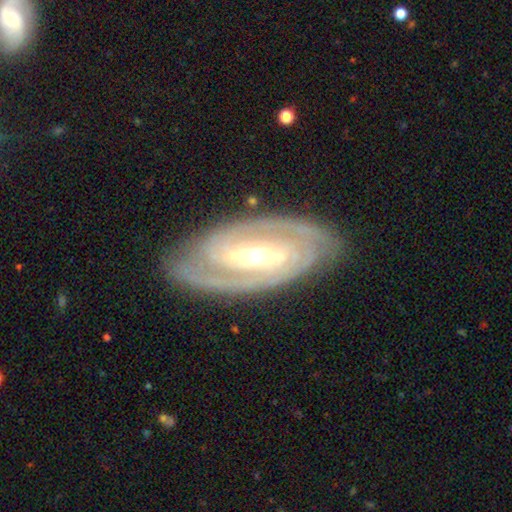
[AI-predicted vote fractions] The model was most divided on "bulge size": moderate: 56%, small: 39%, large: 3%, none: 1%, dominant: 1%. More confident: spiral arms — yes (97%); edge-on disk — no (95%); smooth or featured — featured or disk (91%); merging — none (84%); spiral arm count — 2 (79%); spiral winding — tight (68%); bar — strong (51%).